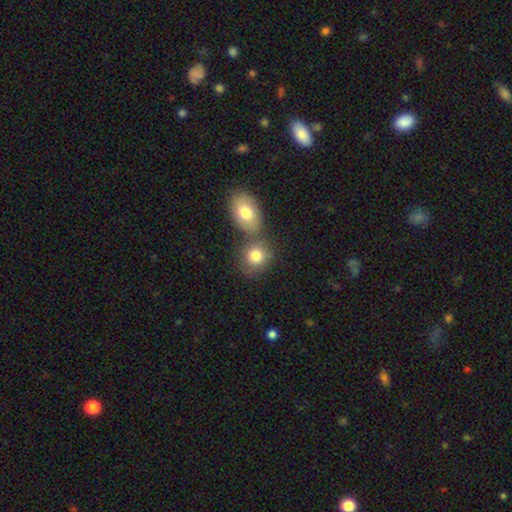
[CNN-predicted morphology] Overall: smooth (80%). How rounded: round (66%; in between 33%). Merging: none (48%; merger 37%).